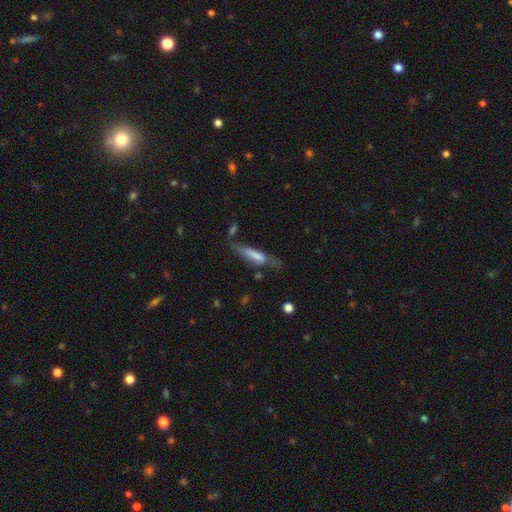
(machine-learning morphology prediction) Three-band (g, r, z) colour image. It shows a smooth galaxy with no disk features (63%) that is cigar-shaped (74%). Merging: none (44%).